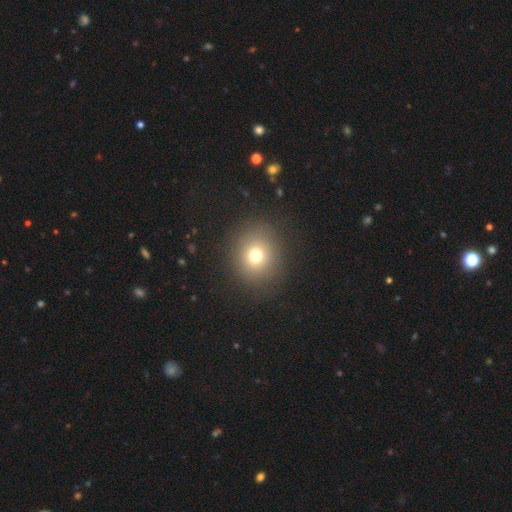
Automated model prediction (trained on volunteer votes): smooth_or_featured: smooth (p=0.73) [alt: star or artifact p=0.16]
how_rounded: round (p=0.81) [alt: in between p=0.18]
merging: none (p=0.87) [alt: minor disturbance p=0.07]